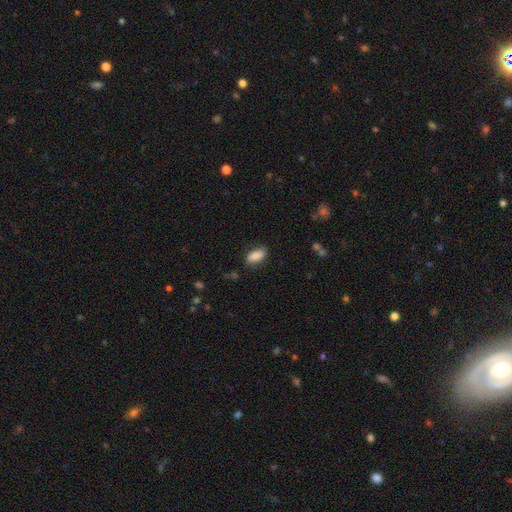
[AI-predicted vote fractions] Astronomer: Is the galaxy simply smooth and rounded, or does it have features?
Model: smooth — 87%.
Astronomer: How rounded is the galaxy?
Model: in between — 91%.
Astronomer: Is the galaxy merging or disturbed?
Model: none — 79%.